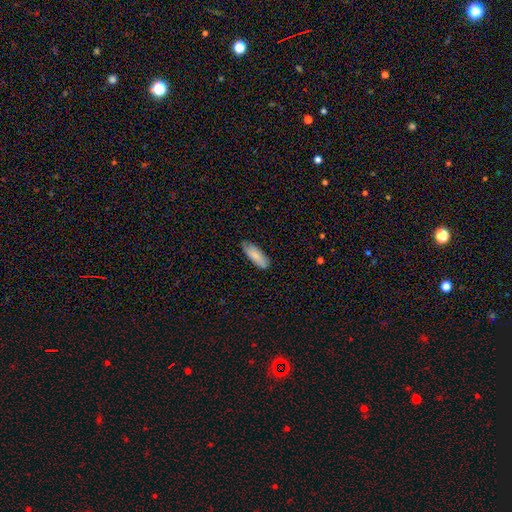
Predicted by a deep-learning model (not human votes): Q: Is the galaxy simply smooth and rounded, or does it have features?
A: smooth — 82%.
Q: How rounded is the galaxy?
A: in between — 66%.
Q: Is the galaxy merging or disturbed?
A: none — 77%.